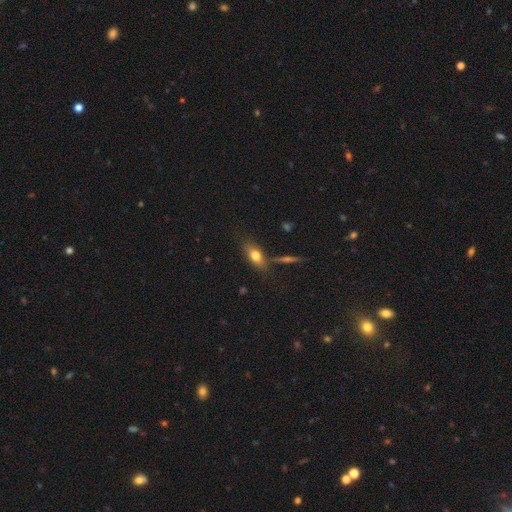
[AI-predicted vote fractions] Morphology: type=smooth (70%); roundness=in between (77%); merging=none (72%).